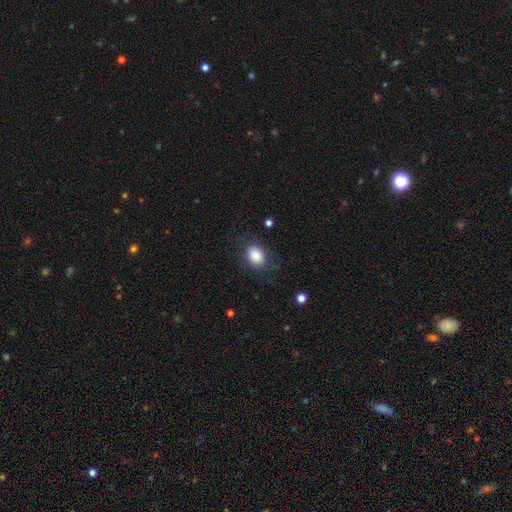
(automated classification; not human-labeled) A smooth galaxy with no disk features (85%) that is in between round and cigar-shaped (63%).

Vote fractions:
- Smooth or featured? smooth: 85% / star or artifact: 8% / featured or disk: 7%
- How rounded? in between: 63% / round: 36% / cigar-shaped: 1%
- Merging? none: 76% / minor disturbance: 16% / major disturbance: 7% / merger: 1%